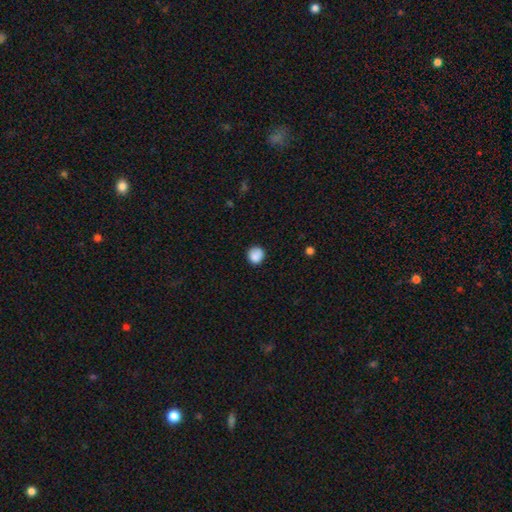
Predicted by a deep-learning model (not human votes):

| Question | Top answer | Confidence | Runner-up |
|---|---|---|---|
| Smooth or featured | smooth | 87% | star or artifact (9%) |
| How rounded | round | 88% | in between (11%) |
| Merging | none | 81% | minor disturbance (15%) |